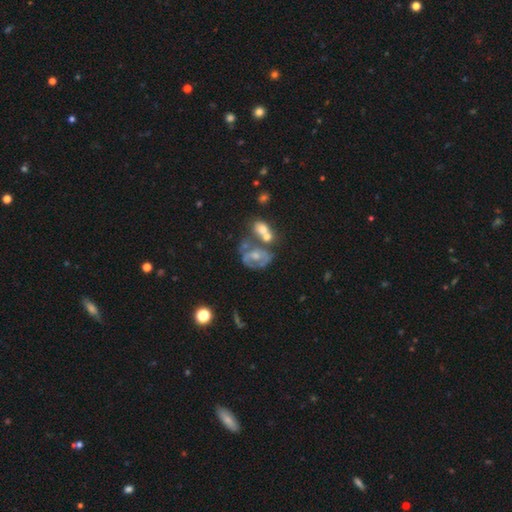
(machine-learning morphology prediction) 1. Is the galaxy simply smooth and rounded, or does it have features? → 62% featured or disk, 28% smooth, 9% star or artifact.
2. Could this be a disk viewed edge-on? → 97% no, 3% yes.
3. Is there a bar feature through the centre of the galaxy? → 67% no, 25% weak, 8% strong.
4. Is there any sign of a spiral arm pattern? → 54% no, 46% yes.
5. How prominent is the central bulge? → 53% moderate, 28% small, 10% none, 7% large, 2% dominant.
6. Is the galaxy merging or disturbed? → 32% none (tied), 32% merger (tied), 18% minor disturbance, 17% major disturbance.